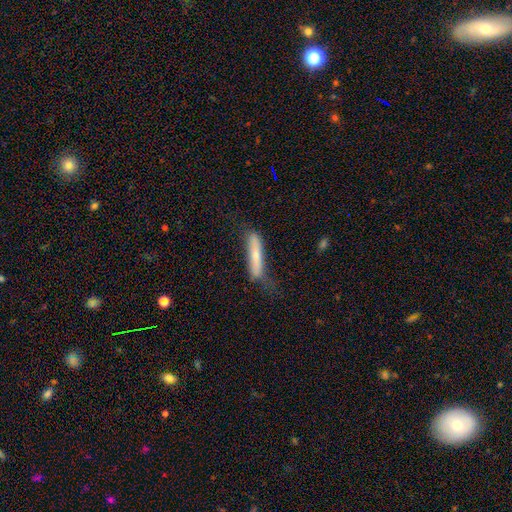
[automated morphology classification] Smooth or featured?
  - smooth: 60% *
  - featured or disk: 33%
  - star or artifact: 7%
How rounded?
  - cigar-shaped: 87% *
  - in between: 11%
  - round: 2%
Merging?
  - none: 58% *
  - minor disturbance: 27%
  - major disturbance: 12%
  - merger: 2%